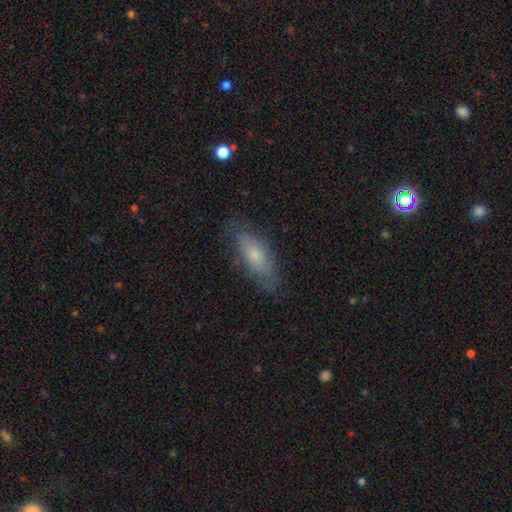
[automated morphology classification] This appears to be a smooth galaxy with no disk features (63%) that is in between round and cigar-shaped (71%). Merging: none (69%).